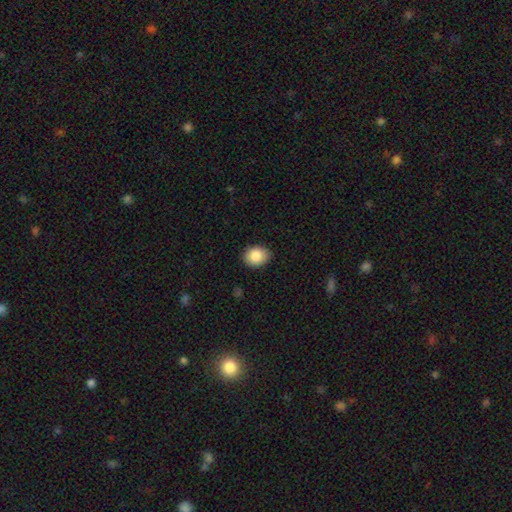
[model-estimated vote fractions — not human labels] smooth 87%, star or artifact 8%, featured or disk 5%. Down the decision tree: how rounded — in between (58%); merging — none (85%).